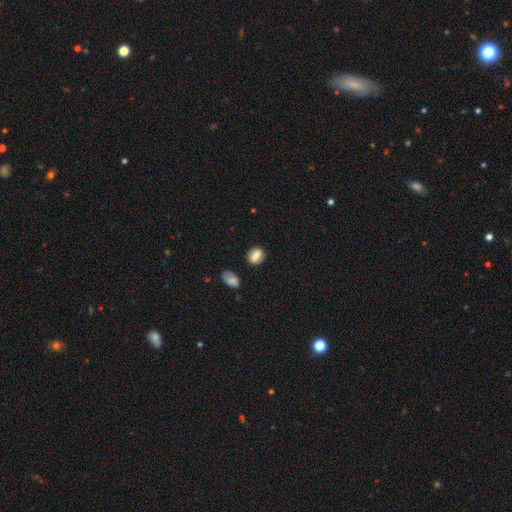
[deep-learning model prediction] Morphology: type=smooth (75%); roundness=round (50%); merging=none (82%).